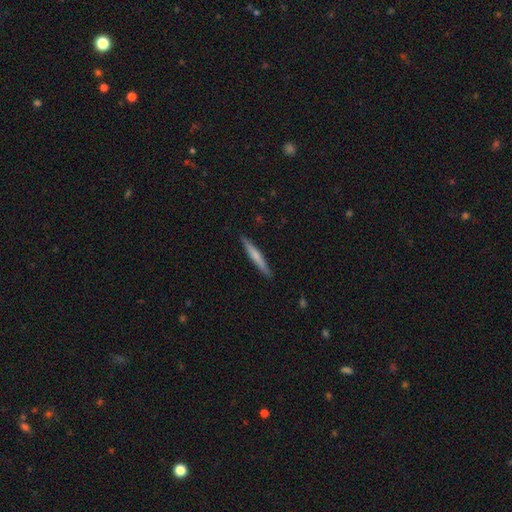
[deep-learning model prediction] This is likely a smooth galaxy (63%). How rounded: clearly cigar-shaped (95%). Merging: clearly none (89%).